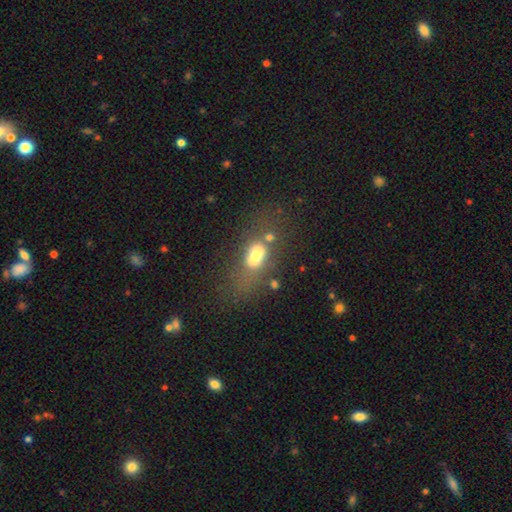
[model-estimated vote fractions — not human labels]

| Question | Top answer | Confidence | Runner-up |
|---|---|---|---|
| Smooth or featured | smooth | 65% | featured or disk (22%) |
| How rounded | in between | 81% | round (12%) |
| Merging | none | 42% | major disturbance (21%) |